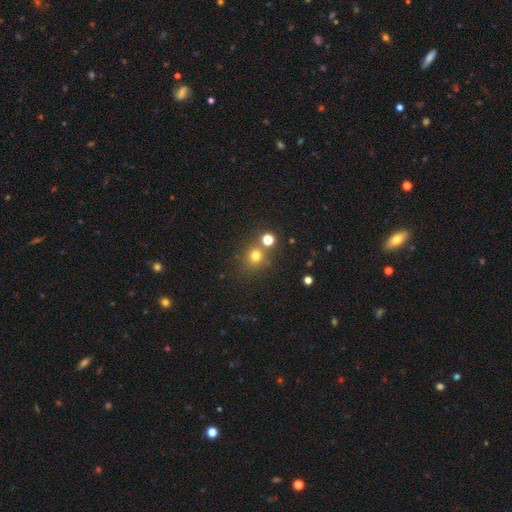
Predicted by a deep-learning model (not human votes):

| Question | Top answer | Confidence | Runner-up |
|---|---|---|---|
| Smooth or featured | smooth | 72% | star or artifact (20%) |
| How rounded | round | 87% | in between (12%) |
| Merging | none | 70% | merger (17%) |